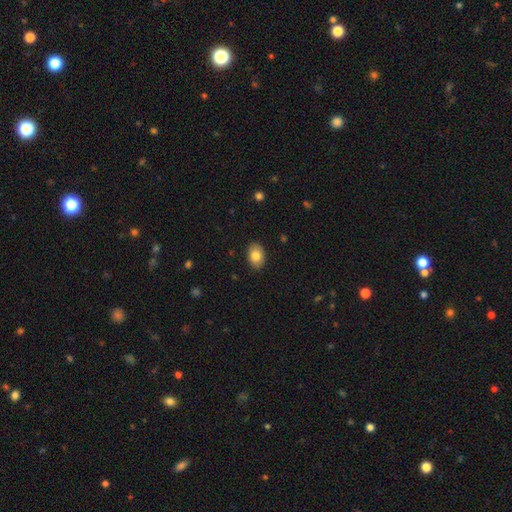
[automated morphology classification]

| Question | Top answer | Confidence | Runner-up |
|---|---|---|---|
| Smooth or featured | smooth | 83% | featured or disk (10%) |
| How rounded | in between | 85% | round (14%) |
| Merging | none | 88% | minor disturbance (9%) |